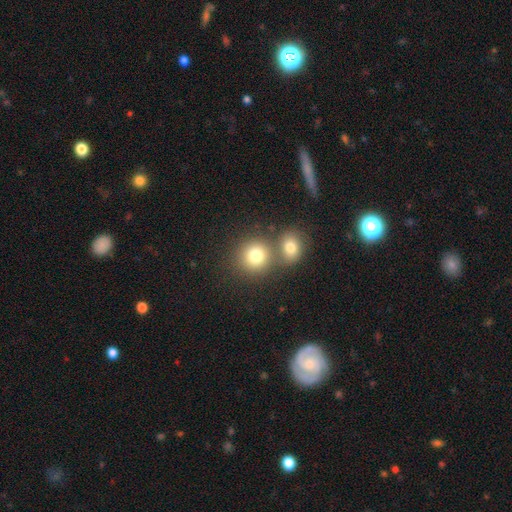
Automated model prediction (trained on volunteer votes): This appears to be a smooth galaxy with no disk features (78%) that is round (87%). Merging: none (54%).